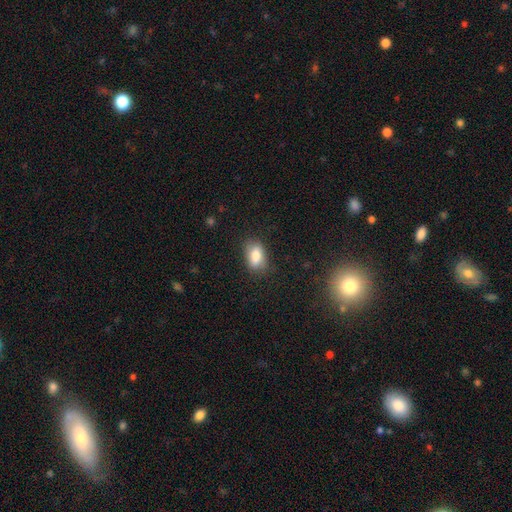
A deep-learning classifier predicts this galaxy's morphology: Smooth or featured? smooth (81%)
How rounded? in between (87%)
Merging? none (76%)